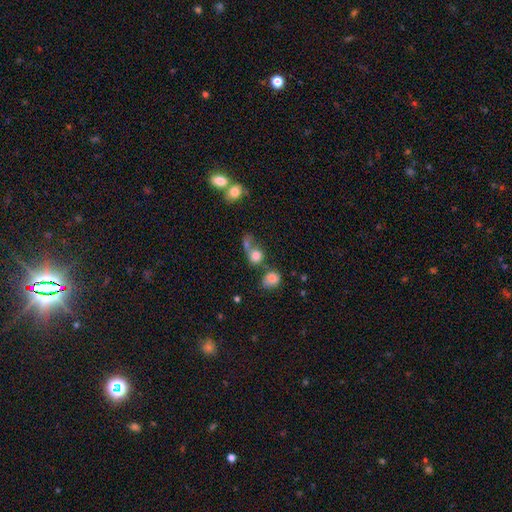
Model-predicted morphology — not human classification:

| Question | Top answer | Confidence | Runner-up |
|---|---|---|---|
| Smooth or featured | smooth | 75% | star or artifact (13%) |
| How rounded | round | 73% | in between (25%) |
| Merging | merger | 40% | none (34%) |